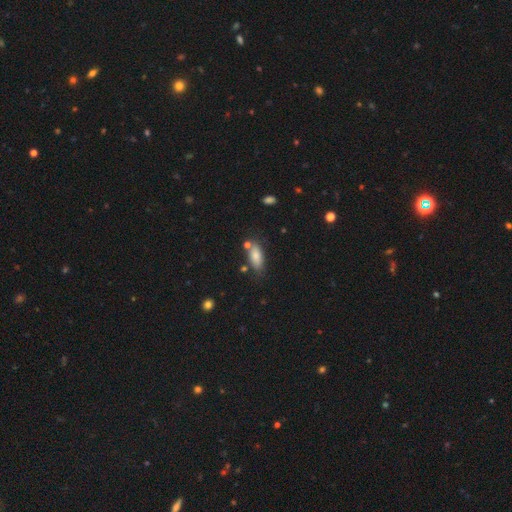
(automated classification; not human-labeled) smooth 82%, featured or disk 11%, star or artifact 8%. Down the decision tree: how rounded — in between (82%); merging — none (70%).